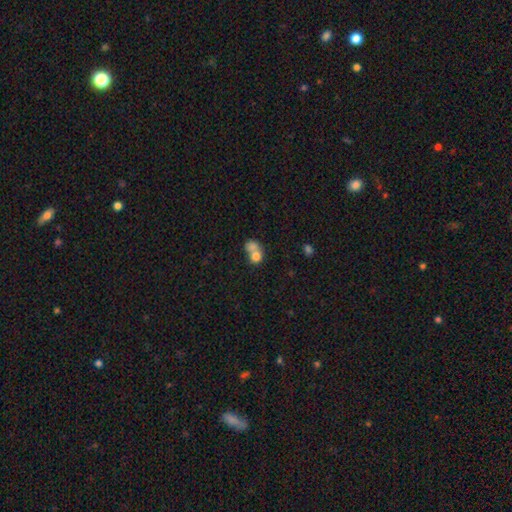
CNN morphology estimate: smooth-or-featured: smooth: 73% | featured or disk: 17% | star or artifact: 10%
  how-rounded: round: 64% | in between: 35% | cigar-shaped: 1%
  merging: merger: 66% | none: 23% | minor disturbance: 6% | major disturbance: 5%